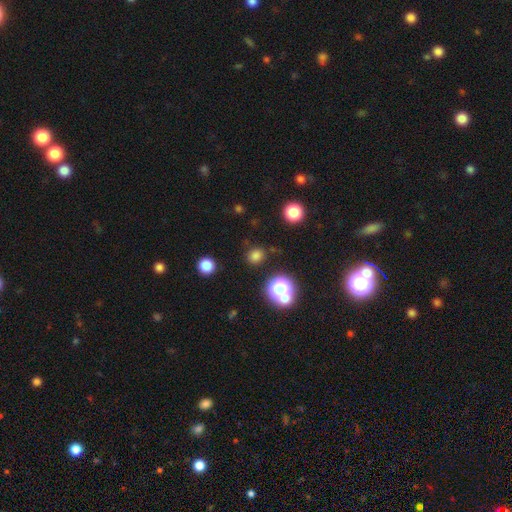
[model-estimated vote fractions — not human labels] This is likely a smooth galaxy (74%). How rounded: clearly round (81%). Merging: clearly none (84%).